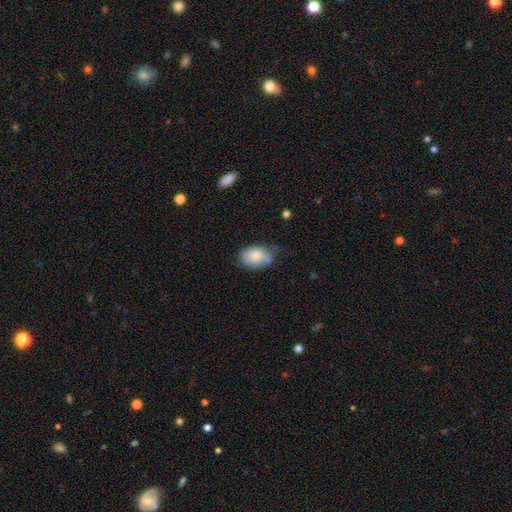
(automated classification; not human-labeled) smooth 76%, featured or disk 17%, star or artifact 7%. Down the decision tree: how rounded — in between (85%); merging — none (58%).